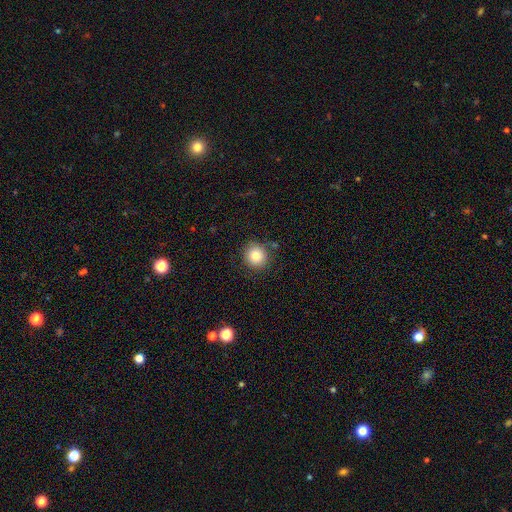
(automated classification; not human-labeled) smooth_or_featured: smooth (p=0.84) [alt: star or artifact p=0.10]
how_rounded: round (p=0.87) [alt: in between p=0.12]
merging: none (p=0.84) [alt: minor disturbance p=0.10]